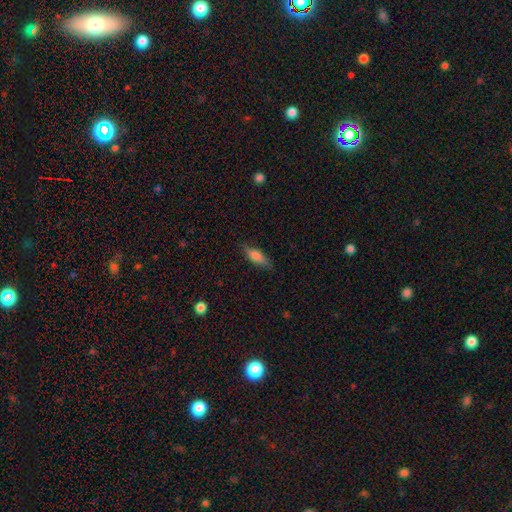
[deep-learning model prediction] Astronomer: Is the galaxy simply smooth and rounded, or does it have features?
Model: smooth — 76%.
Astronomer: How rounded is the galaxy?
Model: in between — 58% (runner-up: cigar-shaped, 40%).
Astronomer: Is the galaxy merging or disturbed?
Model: none — 81%.